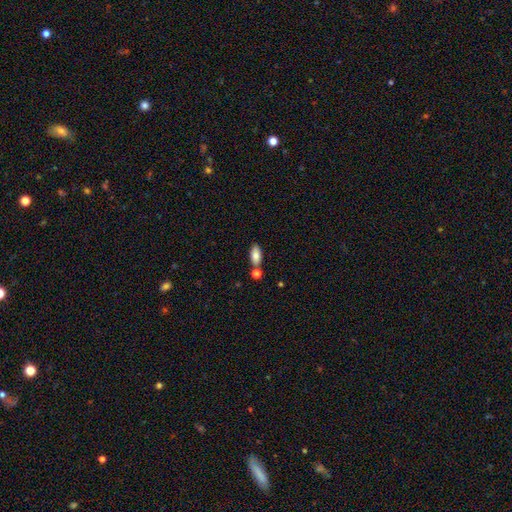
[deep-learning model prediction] Smooth or featured: smooth — 83% (featured or disk — 9%)
How rounded: in between — 89% (cigar-shaped — 7%)
Merging: none — 70% (merger — 15%)